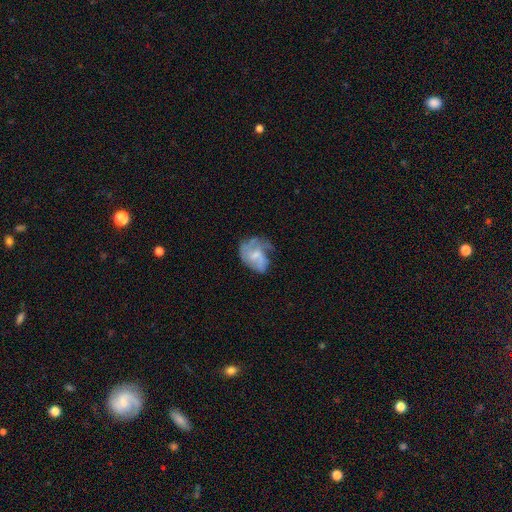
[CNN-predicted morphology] Smooth or featured? featured or disk (57%)
Edge-on disk? no (98%)
Bar? no (54%)
Spiral arms? yes (66%)
Bulge size? small (39%)
Merging? none (37%)